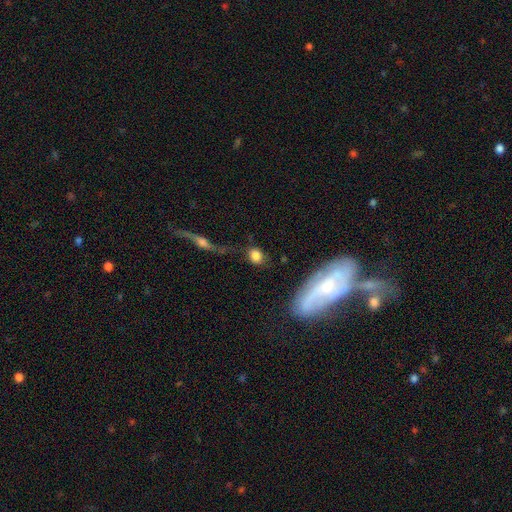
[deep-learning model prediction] The model was most divided on "how rounded": round: 65%, in between: 31%, cigar-shaped: 3%. More confident: smooth or featured — smooth (79%); merging — none (61%).